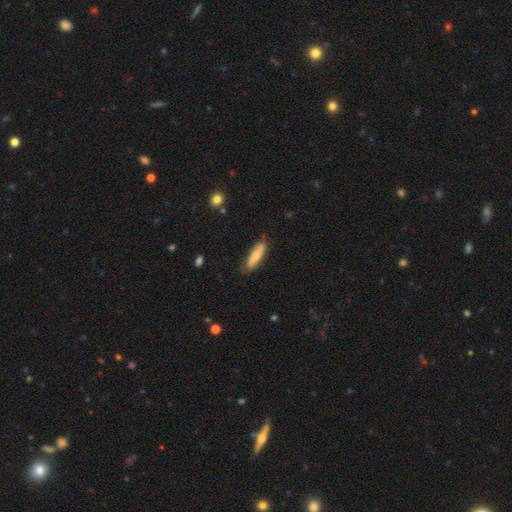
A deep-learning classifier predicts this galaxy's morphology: A smooth galaxy with no disk features (68%) that is cigar-shaped (59%).

Vote fractions:
- Smooth or featured? smooth: 68% / featured or disk: 26% / star or artifact: 6%
- How rounded? cigar-shaped: 59% / in between: 39% / round: 2%
- Merging? none: 77% / minor disturbance: 19% / major disturbance: 3% / merger: 2%